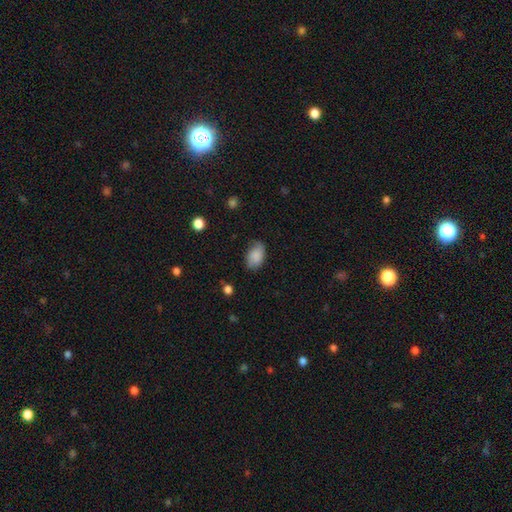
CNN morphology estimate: This appears to be a smooth galaxy with no disk features (81%) that is in between round and cigar-shaped (86%). Merging: none (64%).